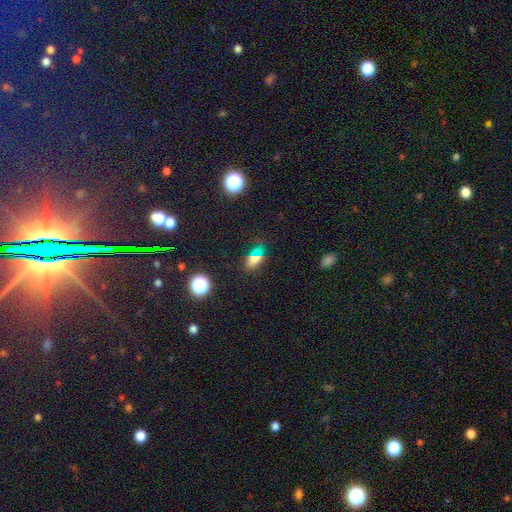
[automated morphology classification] Smooth or featured? smooth (64%)
How rounded? in between (76%)
Merging? none (76%)